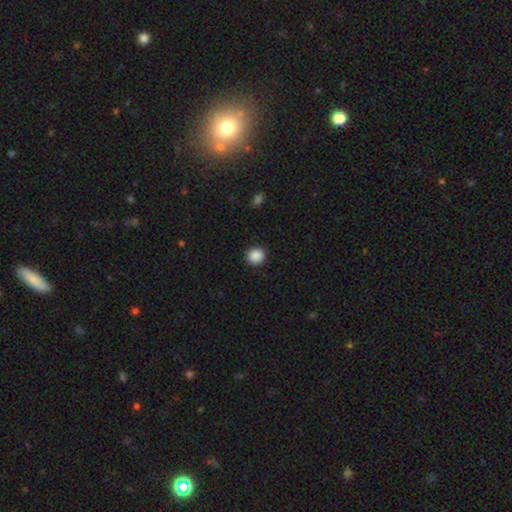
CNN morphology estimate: This appears to be a smooth galaxy with no disk features (89%) that is round (89%). Merging: none (91%).